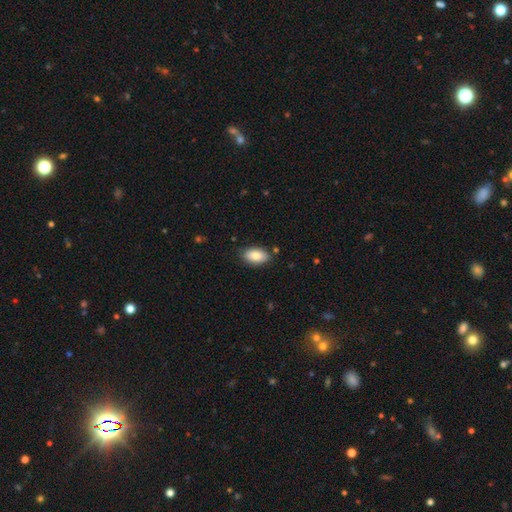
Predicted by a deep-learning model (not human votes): Smooth or featured? smooth (83%)
How rounded? in between (93%)
Merging? none (83%)